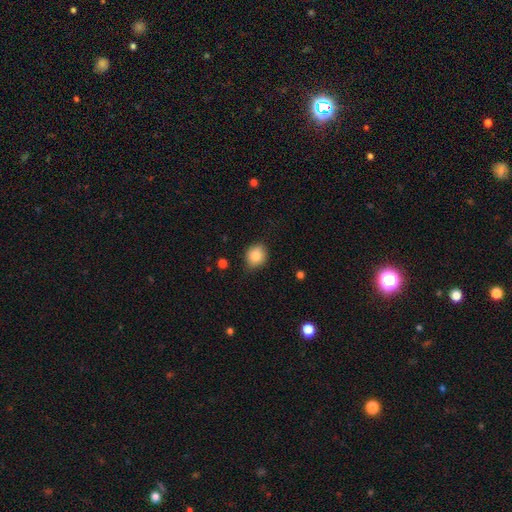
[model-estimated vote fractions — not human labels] Morphology: type=smooth (82%); roundness=round (68%); merging=none (81%).